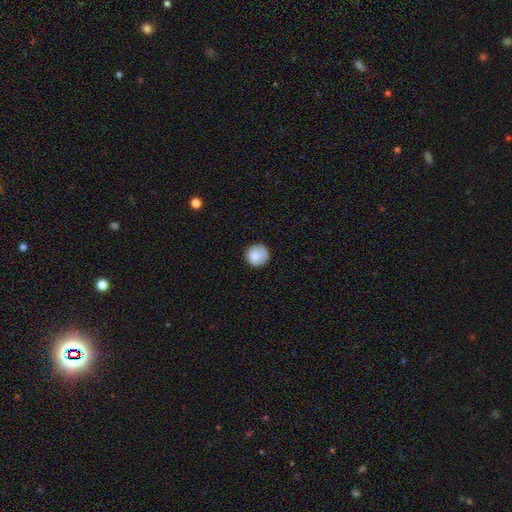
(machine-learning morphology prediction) The model was most divided on "merging": none: 77%, minor disturbance: 17%, major disturbance: 5%, merger: 2%. More confident: how rounded — round (92%); smooth or featured — smooth (81%).